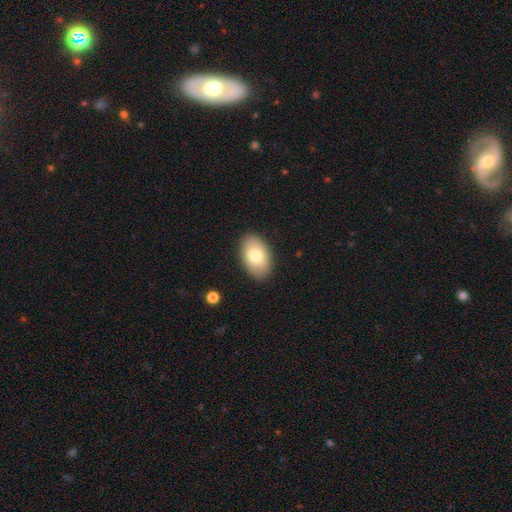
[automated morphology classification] Smooth or featured? Predicted: smooth (p=0.78). How rounded? Predicted: in between (p=0.93). Merging? Predicted: none (p=0.89).